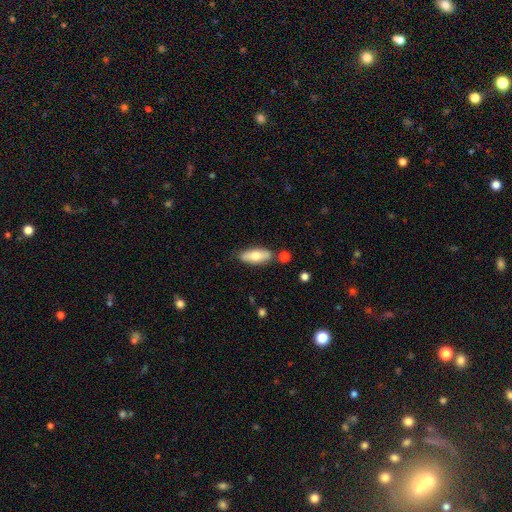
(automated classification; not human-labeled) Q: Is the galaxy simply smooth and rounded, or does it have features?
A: smooth — 72%.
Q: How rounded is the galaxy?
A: in between — 73%.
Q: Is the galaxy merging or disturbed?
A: none — 76%.